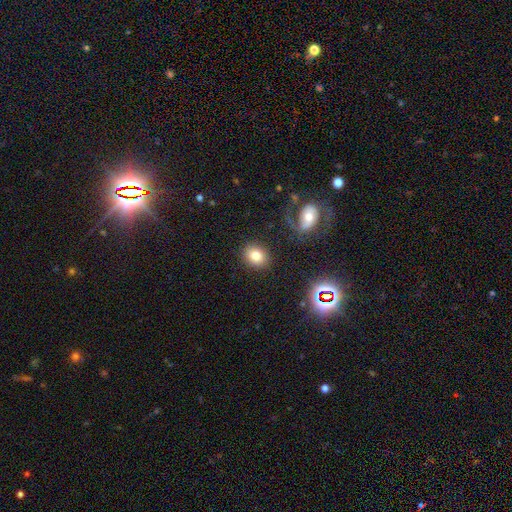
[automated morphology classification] smooth-or-featured: smooth: 79% | star or artifact: 11% | featured or disk: 10%
  how-rounded: round: 51% | in between: 48% | cigar-shaped: 1%
  merging: none: 85% | minor disturbance: 9% | major disturbance: 4% | merger: 2%